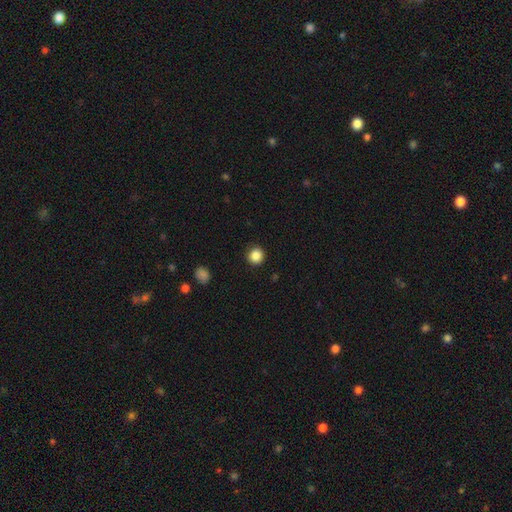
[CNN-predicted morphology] Q: Smooth or featured?
A: smooth (87%); runner-up: star or artifact (10%)
Q: How rounded?
A: round (93%); runner-up: in between (6%)
Q: Merging?
A: none (92%); runner-up: minor disturbance (5%)